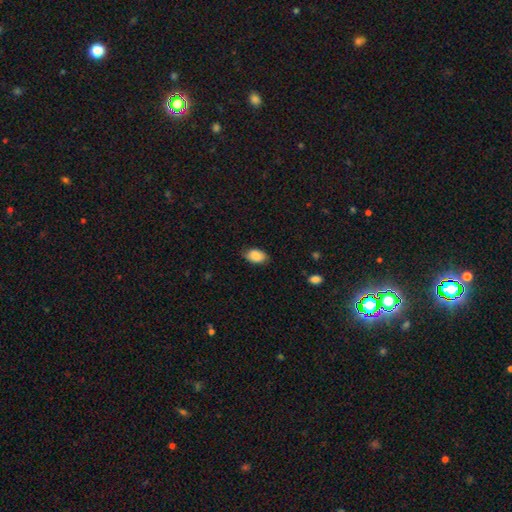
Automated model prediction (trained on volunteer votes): A smooth galaxy with no disk features (87%) that is in between round and cigar-shaped (90%).

Vote fractions:
- Smooth or featured? smooth: 87% / star or artifact: 7% / featured or disk: 6%
- How rounded? in between: 90% / round: 9% / cigar-shaped: 1%
- Merging? none: 77% / minor disturbance: 18% / major disturbance: 3% / merger: 1%